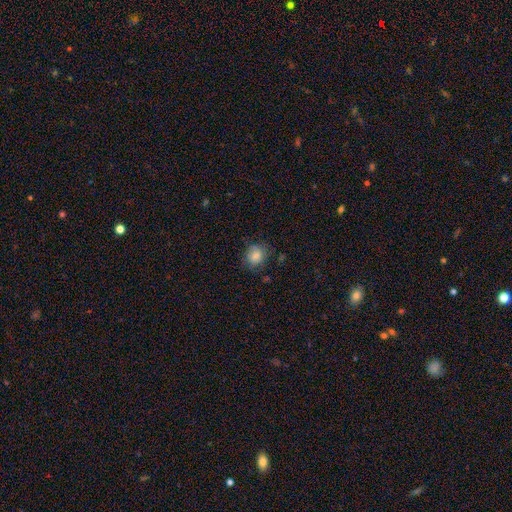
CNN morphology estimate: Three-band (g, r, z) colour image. It shows a smooth galaxy with no disk features (83%) that is round (68%). Merging: none (75%).